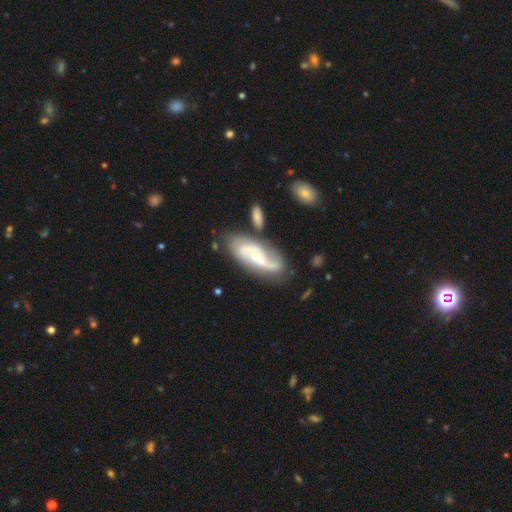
A featured or disk galaxy (92%) with no bar (71%), 2 (91%) medium (49%) spiral arms (100%) and a small central bulge (71%). Merging: none (68%).